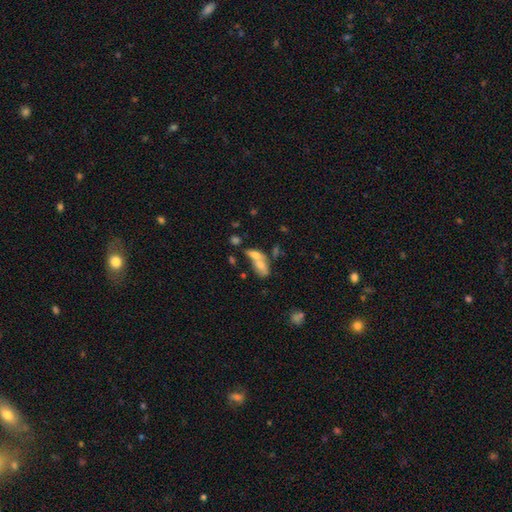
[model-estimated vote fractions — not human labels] Overall: smooth (62%; featured or disk 27%). How rounded: in between (77%). Merging: merger (60%; none 23%).